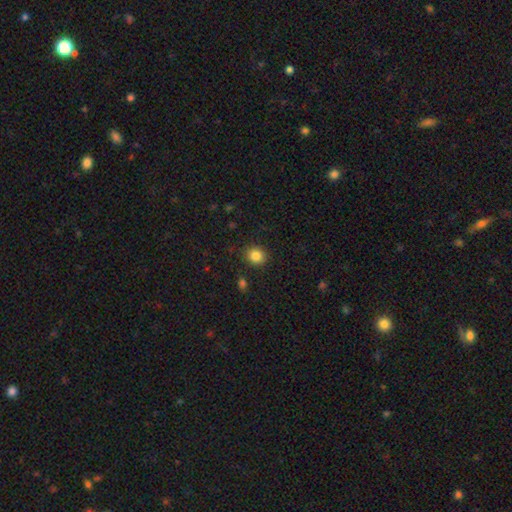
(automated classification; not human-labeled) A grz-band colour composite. It shows a smooth galaxy with no disk features (85%) that is round (81%). Merging: none (90%).